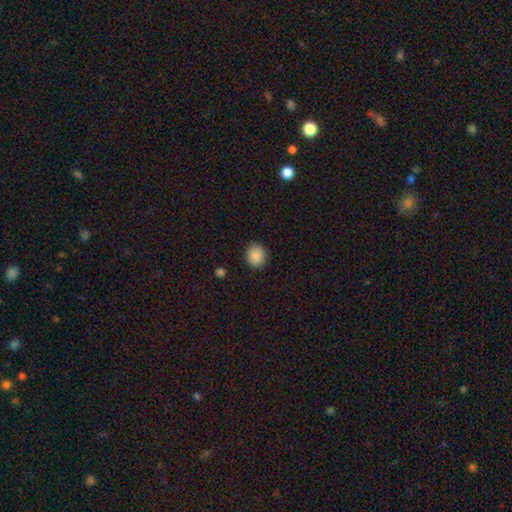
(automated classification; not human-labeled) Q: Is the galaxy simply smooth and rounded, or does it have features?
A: smooth — 88%.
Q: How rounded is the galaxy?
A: round — 68%.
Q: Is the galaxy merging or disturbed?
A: none — 88%.